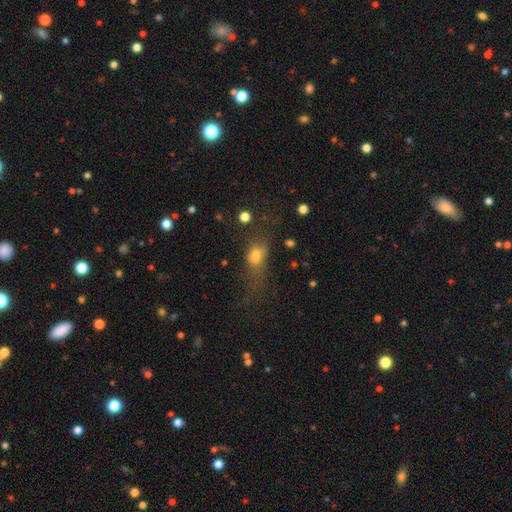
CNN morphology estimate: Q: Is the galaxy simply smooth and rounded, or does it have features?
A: smooth — 67%.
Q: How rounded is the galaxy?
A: in between — 60%.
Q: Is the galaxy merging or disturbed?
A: major disturbance — 39%.